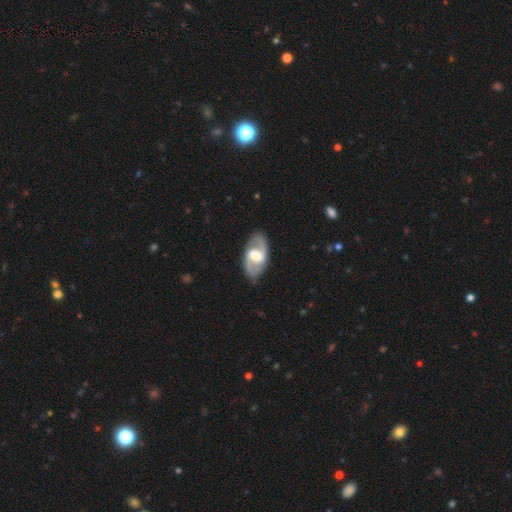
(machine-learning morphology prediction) featured or disk 81%, smooth 14%, star or artifact 4%. Down the decision tree: edge-on disk — no (95%); bar — weak (45%); spiral arms — yes (85%); spiral arm count — 2 (91%); spiral winding — medium (52%); bulge size — moderate (43%); merging — none (86%).